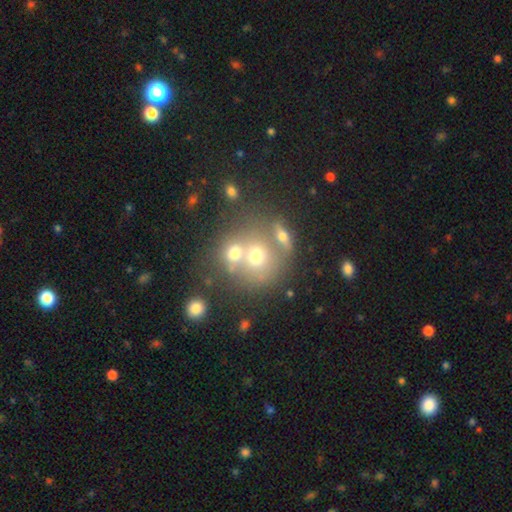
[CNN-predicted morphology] A smooth galaxy with no disk features (58%) that is round (81%). Merging: merger (51%).